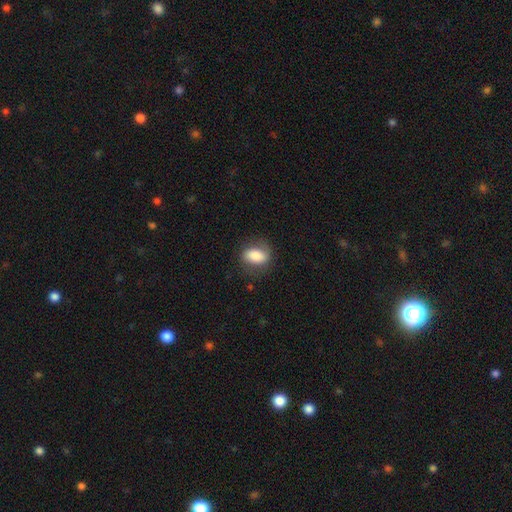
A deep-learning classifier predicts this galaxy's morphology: This appears to be a smooth galaxy with no disk features (74%) that is in between round and cigar-shaped (78%). Merging: none (76%).